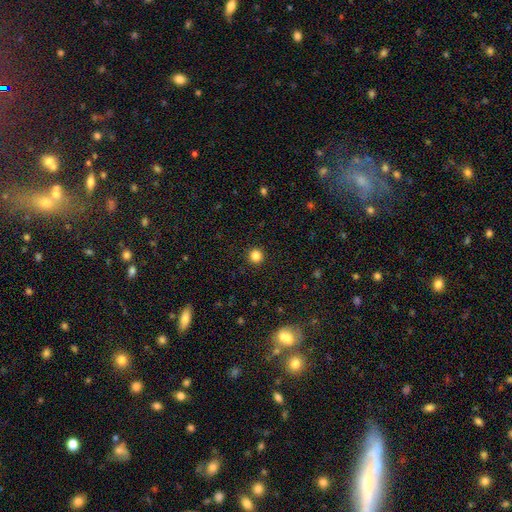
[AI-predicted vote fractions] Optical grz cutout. It shows a smooth galaxy with no disk features (84%) that is round (95%). Merging: none (93%).